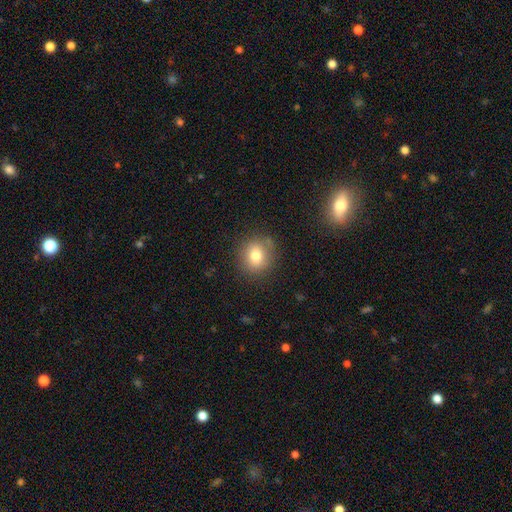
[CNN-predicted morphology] A smooth galaxy with no disk features (77%) that is round (82%). Merging: none (84%).